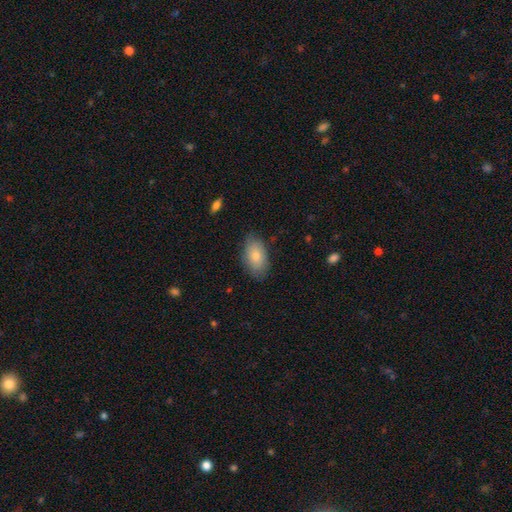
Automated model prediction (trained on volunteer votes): smooth-or-featured: smooth: 78% | featured or disk: 16% | star or artifact: 6%
  how-rounded: in between: 92% | round: 6% | cigar-shaped: 2%
  merging: none: 78% | minor disturbance: 17% | major disturbance: 3% | merger: 1%